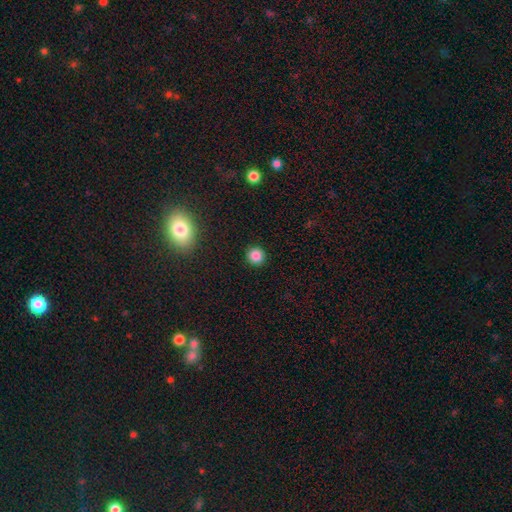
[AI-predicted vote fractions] Smooth or featured? smooth (85%)
How rounded? round (94%)
Merging? none (92%)